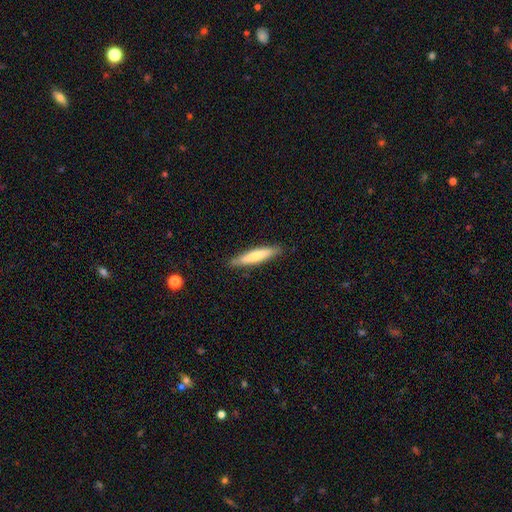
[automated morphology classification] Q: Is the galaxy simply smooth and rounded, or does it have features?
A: smooth — 69%.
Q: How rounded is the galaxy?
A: cigar-shaped — 88%.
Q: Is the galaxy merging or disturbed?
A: none — 86%.